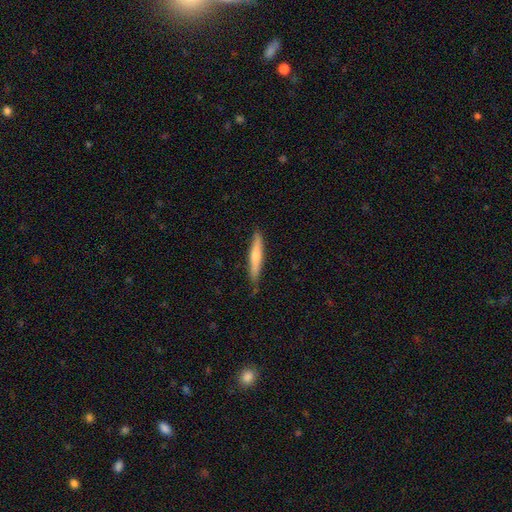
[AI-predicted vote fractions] smooth 60%, featured or disk 35%, star or artifact 5%. Down the decision tree: how rounded — cigar-shaped (91%); merging — none (80%).